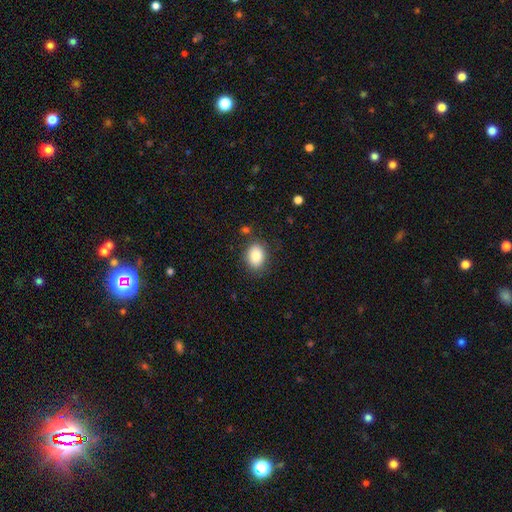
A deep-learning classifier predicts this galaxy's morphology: A smooth galaxy with no disk features (83%) that is in between round and cigar-shaped (65%).

Vote fractions:
- Smooth or featured? smooth: 83% / featured or disk: 9% / star or artifact: 9%
- How rounded? in between: 65% / round: 34% / cigar-shaped: 1%
- Merging? none: 82% / minor disturbance: 12% / major disturbance: 3% / merger: 3%